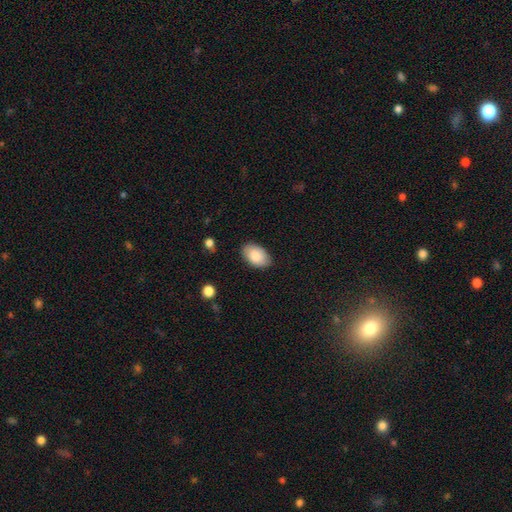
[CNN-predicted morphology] This is clearly a smooth galaxy (84%). How rounded: clearly in between (92%). Merging: clearly none (83%).